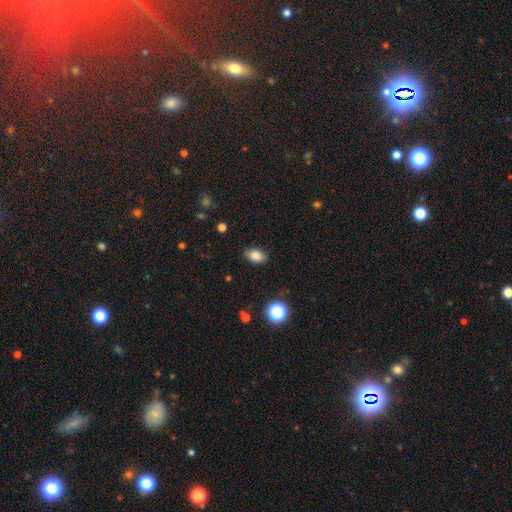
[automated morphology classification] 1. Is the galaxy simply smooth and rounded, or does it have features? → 85% smooth, 10% star or artifact, 5% featured or disk.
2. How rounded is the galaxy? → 84% in between, 15% round, 1% cigar-shaped.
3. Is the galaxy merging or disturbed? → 85% none, 11% minor disturbance, 3% major disturbance, 1% merger.